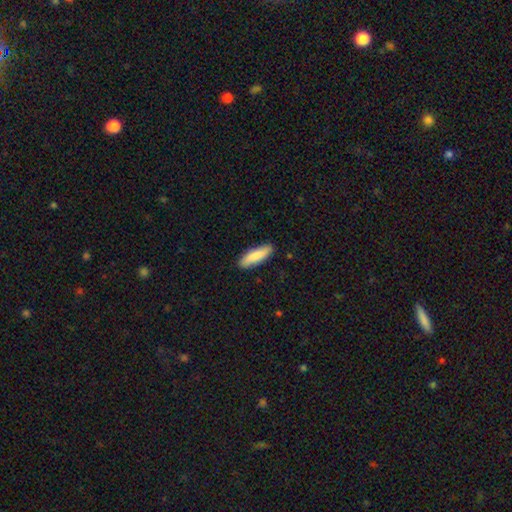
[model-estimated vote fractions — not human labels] smooth 84%, featured or disk 11%, star or artifact 5%. Down the decision tree: how rounded — cigar-shaped (55%); merging — none (87%).